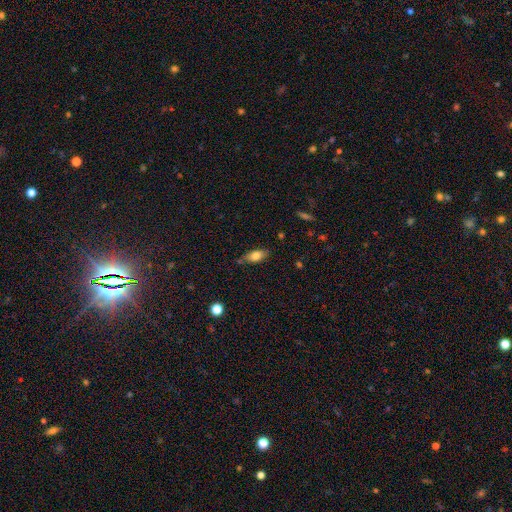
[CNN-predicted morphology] Smooth or featured?
  - smooth: 76% *
  - featured or disk: 16%
  - star or artifact: 8%
How rounded?
  - in between: 83% *
  - cigar-shaped: 13%
  - round: 4%
Merging?
  - none: 76% *
  - minor disturbance: 17%
  - merger: 4%
  - major disturbance: 3%